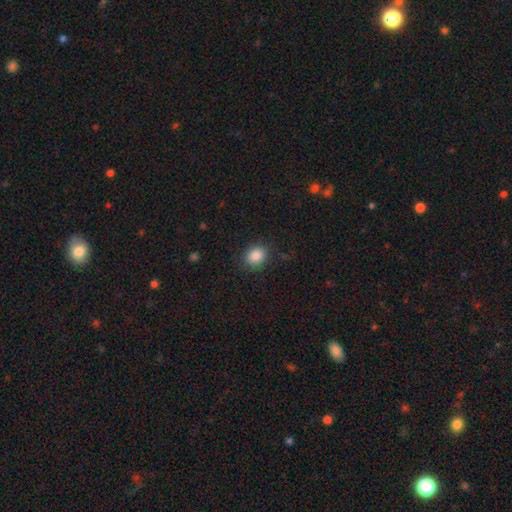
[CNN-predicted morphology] smooth_or_featured: smooth (p=0.86) [alt: star or artifact p=0.09]
how_rounded: round (p=0.60) [alt: in between p=0.39]
merging: none (p=0.85) [alt: minor disturbance p=0.10]